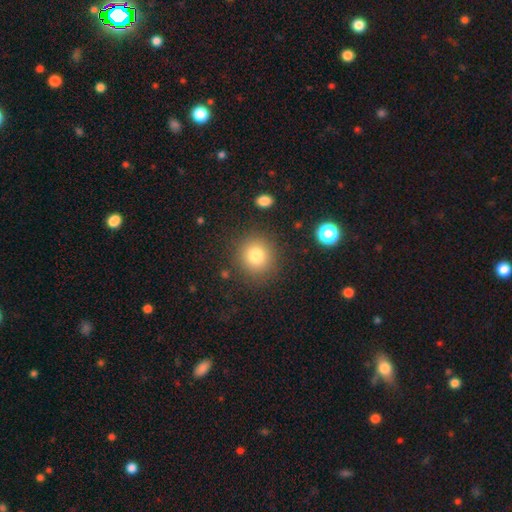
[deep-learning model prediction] Smooth or featured: smooth — 80% (star or artifact — 12%)
How rounded: round — 89% (in between — 10%)
Merging: none — 86% (minor disturbance — 8%)